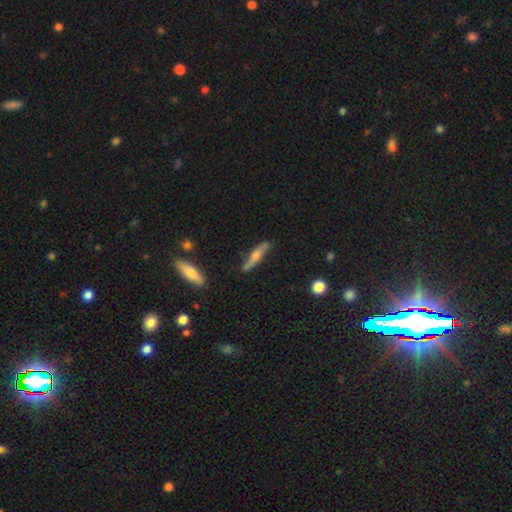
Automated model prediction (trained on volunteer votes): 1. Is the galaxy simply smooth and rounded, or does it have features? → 57% featured or disk, 36% smooth, 7% star or artifact.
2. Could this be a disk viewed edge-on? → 84% yes, 16% no.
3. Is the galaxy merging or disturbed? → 77% none, 16% minor disturbance, 4% major disturbance, 3% merger.